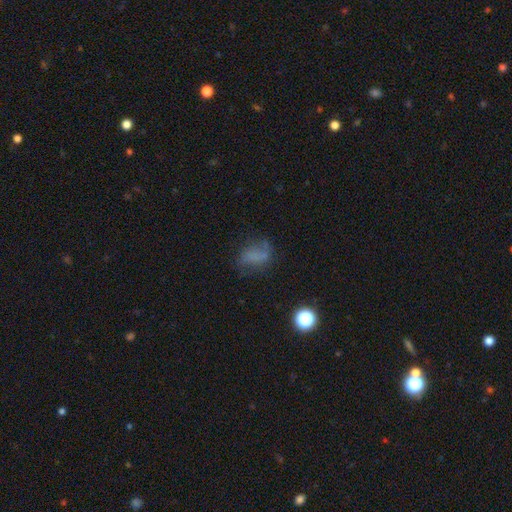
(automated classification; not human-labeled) Morphology: type=smooth (53%); roundness=in between (75%); merging=none (50%).